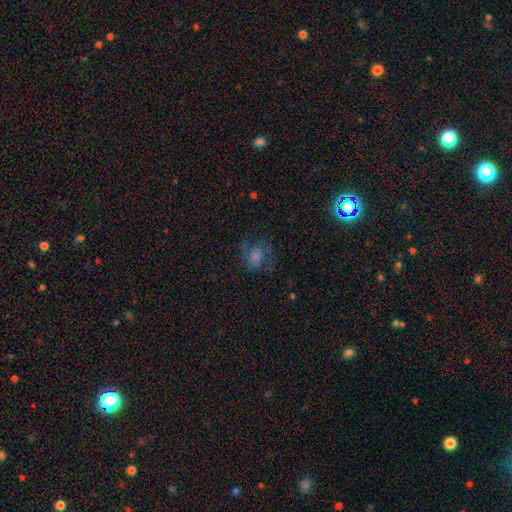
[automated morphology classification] smooth 57%, featured or disk 29%, star or artifact 14%. Down the decision tree: how rounded — in between (51%); merging — none (49%).